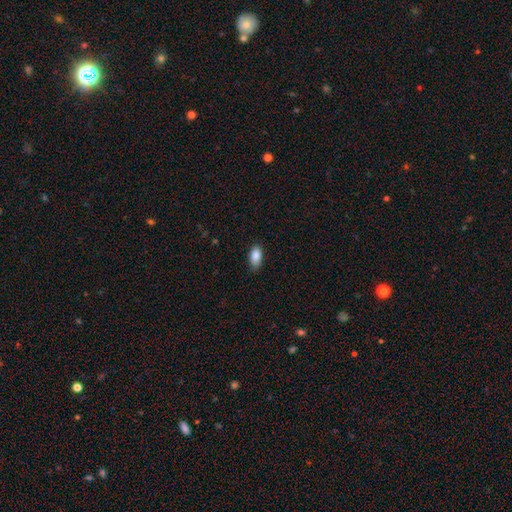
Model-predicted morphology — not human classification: This appears to be a smooth galaxy with no disk features (87%) that is in between round and cigar-shaped (91%). Merging: none (78%).